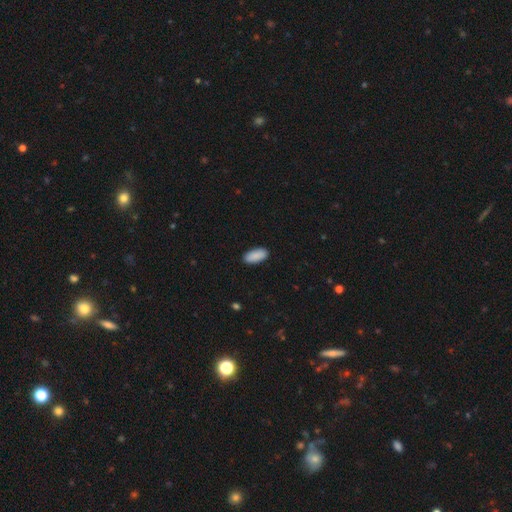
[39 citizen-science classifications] Volunteers were most divided on "smooth or featured": smooth: 87%, featured or disk: 8%, star or artifact: 5%. More confident: how rounded — in between (97%); merging — none (92%).